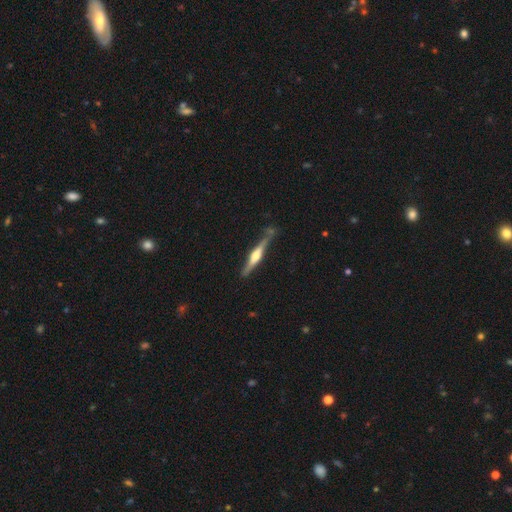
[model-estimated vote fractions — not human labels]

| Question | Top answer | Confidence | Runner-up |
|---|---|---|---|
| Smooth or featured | featured or disk | 74% | smooth (21%) |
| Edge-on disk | yes | 97% | no (3%) |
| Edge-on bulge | rounded | 83% | boxy (12%) |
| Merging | none | 77% | minor disturbance (15%) |